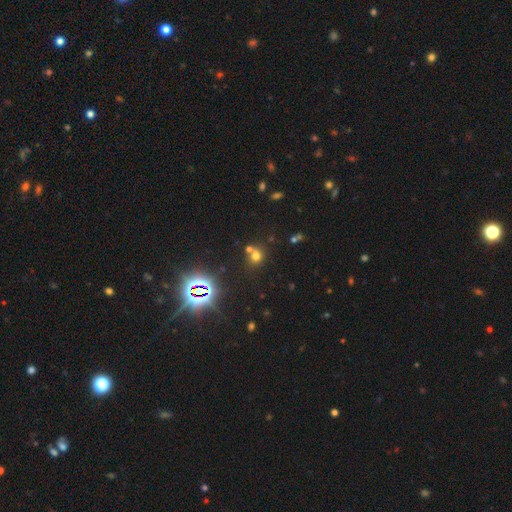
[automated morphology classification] A smooth galaxy with no disk features (58%) that is round (77%). Merging: none (52%).